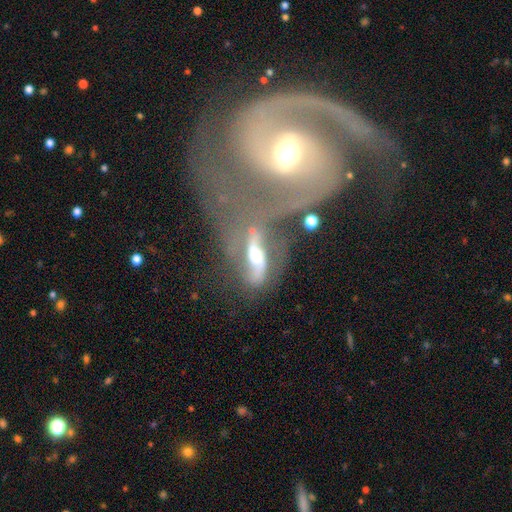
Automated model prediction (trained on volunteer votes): Smooth or featured: featured or disk — 73% (smooth — 18%)
Edge-on disk: no — 82% (yes — 18%)
Bar: no — 37% (weak — 33%)
Spiral arms: yes — 82% (no — 18%)
Bulge size: moderate — 60% (small — 25%)
Merging: merger — 41% (none — 24%)